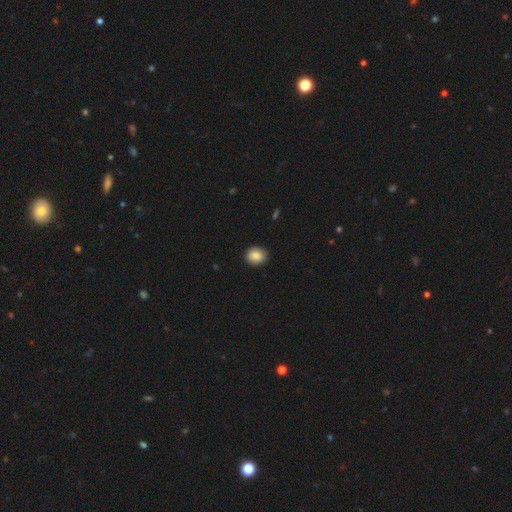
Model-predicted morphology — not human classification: smooth-or-featured: smooth: 86% | star or artifact: 8% | featured or disk: 6%
  how-rounded: round: 63% | in between: 36% | cigar-shaped: 1%
  merging: none: 88% | minor disturbance: 9% | major disturbance: 2% | merger: 1%